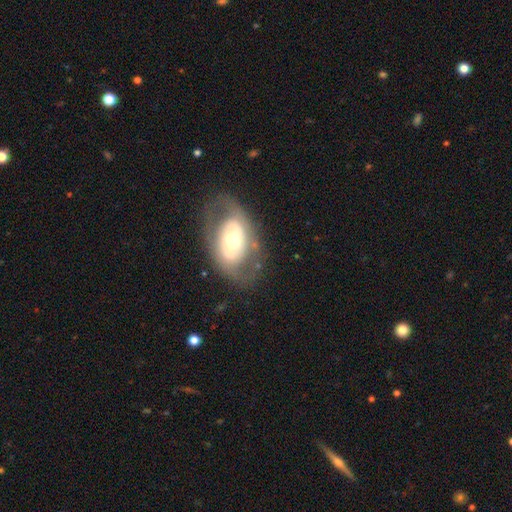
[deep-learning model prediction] This is likely a featured or disk galaxy (67%). It is clearly not viewed edge-on (92%). Bar: marginally no (39%). Spiral arm pattern: likely yes (67%). Central bulge: possibly moderate (52%). Merging: likely none (74%).